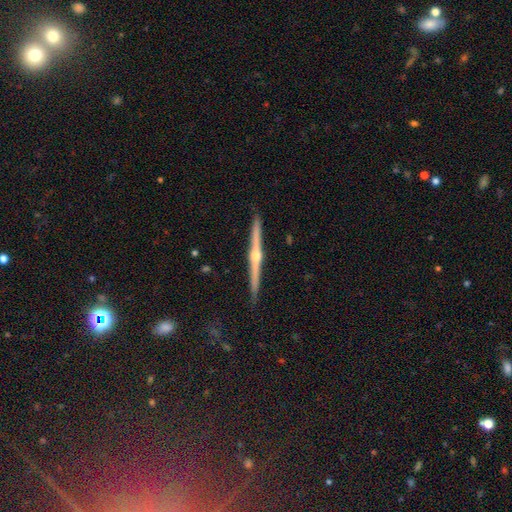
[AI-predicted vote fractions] A featured or disk galaxy (85%) viewed edge-on (99%) with a rounded central bulge (93%). Merging: none (92%).